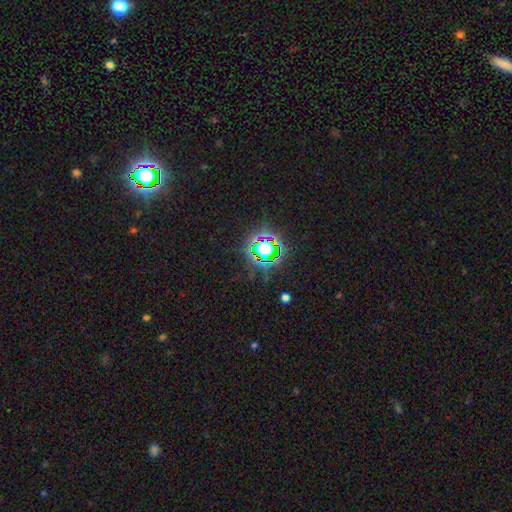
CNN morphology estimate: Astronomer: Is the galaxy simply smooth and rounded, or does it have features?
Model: star or artifact — 75%.